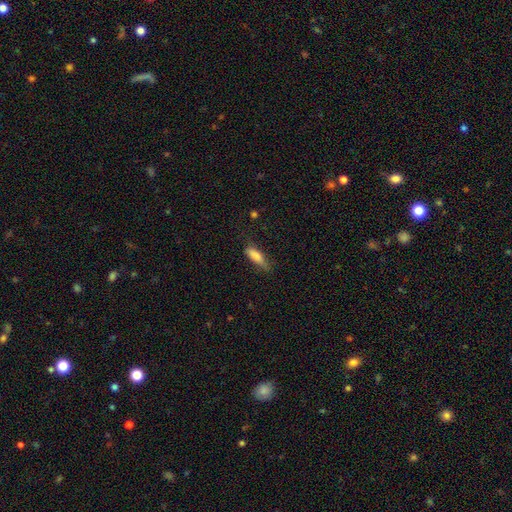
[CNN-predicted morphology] The model was most divided on "how rounded": in between: 53%, cigar-shaped: 45%, round: 2%. More confident: smooth or featured — smooth (81%); merging — none (61%).